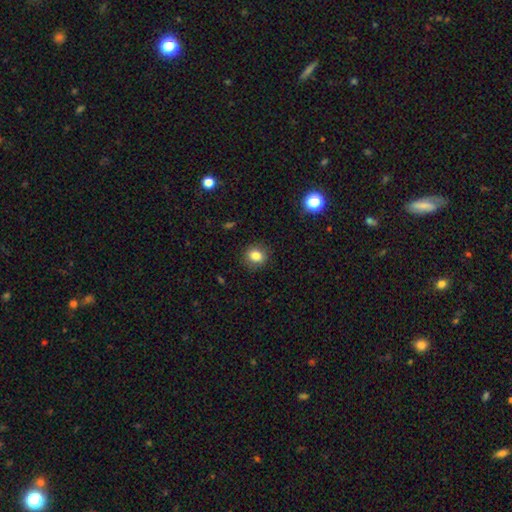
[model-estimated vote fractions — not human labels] smooth 82%, star or artifact 11%, featured or disk 7%. Down the decision tree: how rounded — round (72%); merging — none (88%).